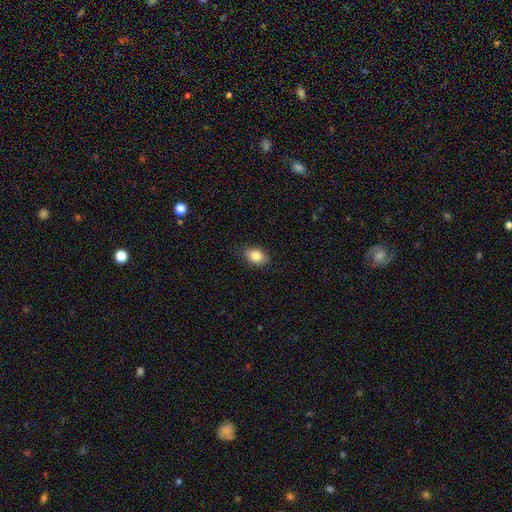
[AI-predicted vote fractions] Smooth or featured: smooth — 83% (featured or disk — 9%)
How rounded: in between — 84% (round — 14%)
Merging: none — 86% (minor disturbance — 11%)